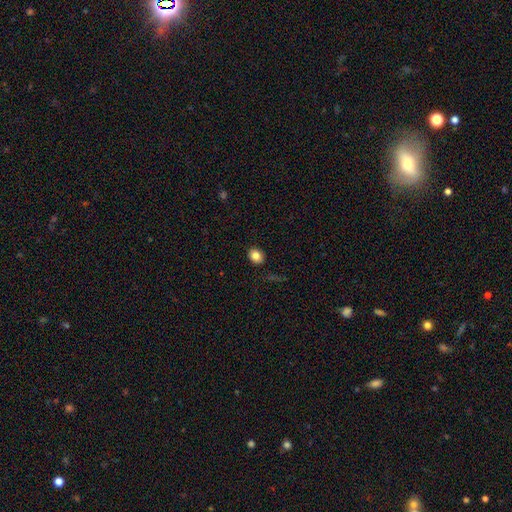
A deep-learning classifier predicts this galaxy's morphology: Overall: smooth (83%). How rounded: in between (51%; round 48%). Merging: none (88%).